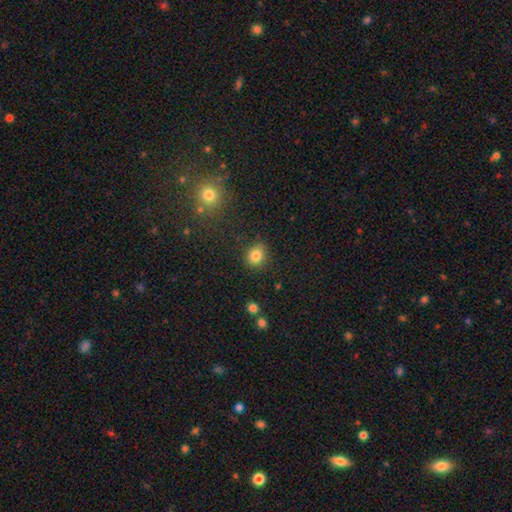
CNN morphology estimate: smooth-or-featured: smooth: 83% | star or artifact: 12% | featured or disk: 6%
  how-rounded: round: 71% | in between: 28% | cigar-shaped: 1%
  merging: none: 83% | minor disturbance: 12% | major disturbance: 3% | merger: 2%